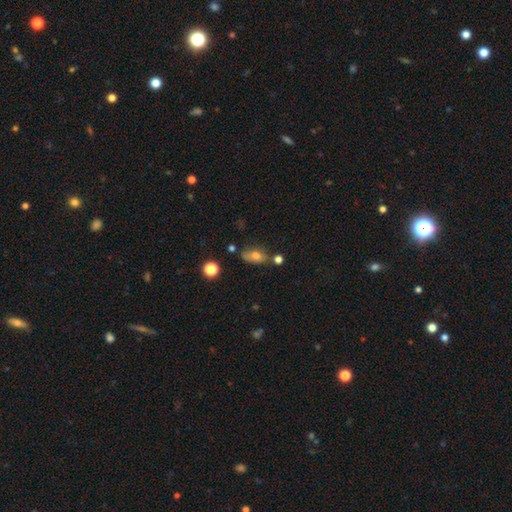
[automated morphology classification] A smooth galaxy with no disk features (72%) that is in between round and cigar-shaped (80%). Merging: none (59%).